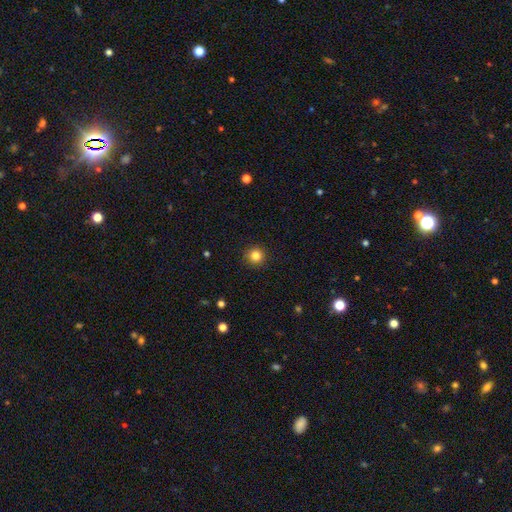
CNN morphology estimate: smooth-or-featured: smooth: 83% | star or artifact: 12% | featured or disk: 5%
  how-rounded: round: 95% | in between: 4% | cigar-shaped: 1%
  merging: none: 91% | minor disturbance: 6% | major disturbance: 2% | merger: 1%